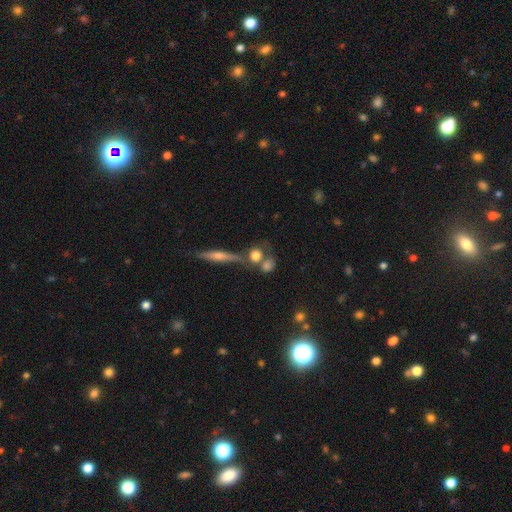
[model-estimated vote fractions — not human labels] Smooth or featured? Predicted: smooth (p=0.71). How rounded? Predicted: round (p=0.75). Merging? Predicted: none (p=0.50).